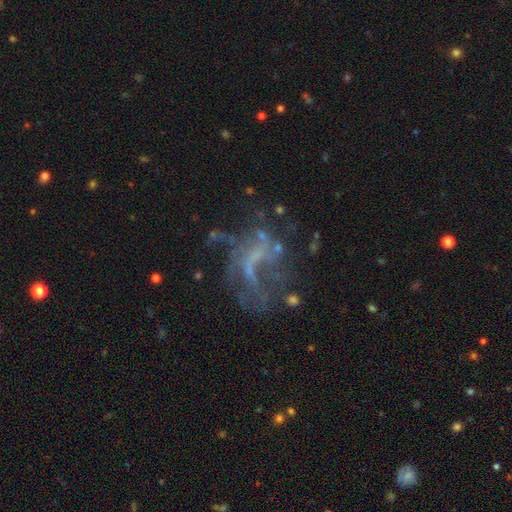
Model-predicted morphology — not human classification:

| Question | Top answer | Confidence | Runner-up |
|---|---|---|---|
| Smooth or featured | featured or disk | 64% | star or artifact (22%) |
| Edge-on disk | no | 97% | yes (3%) |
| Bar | no | 60% | weak (28%) |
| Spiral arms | no | 55% | yes (45%) |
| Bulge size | none | 70% | small (19%) |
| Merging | none | 39% | major disturbance (38%) |